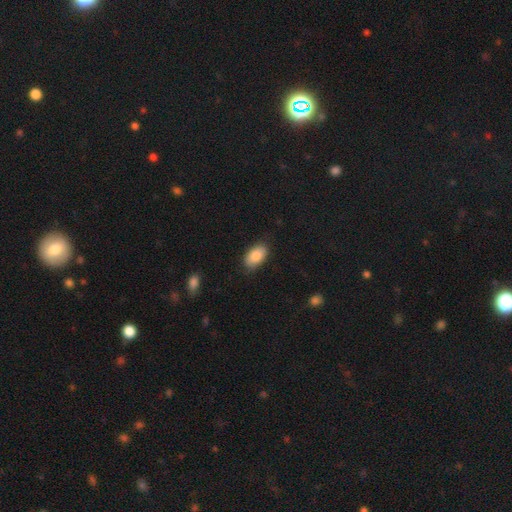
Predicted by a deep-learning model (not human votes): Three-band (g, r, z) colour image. It shows a smooth galaxy with no disk features (87%) that is in between round and cigar-shaped (94%). Merging: none (83%).